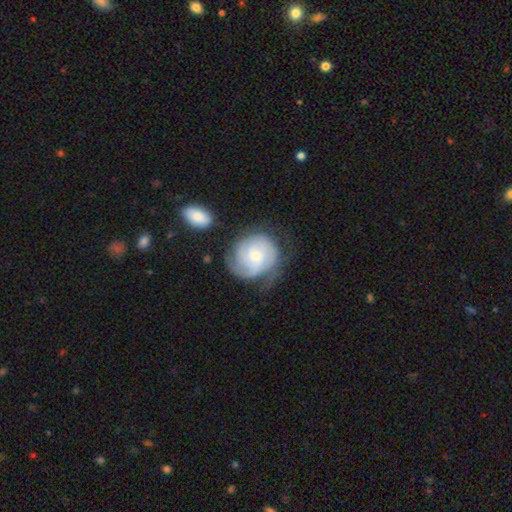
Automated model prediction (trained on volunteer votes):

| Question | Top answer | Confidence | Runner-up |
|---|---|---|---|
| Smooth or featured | featured or disk | 71% | smooth (23%) |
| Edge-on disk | no | 98% | yes (2%) |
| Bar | no | 73% | weak (24%) |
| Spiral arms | yes | 91% | no (9%) |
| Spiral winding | tight | 62% | medium (28%) |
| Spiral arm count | can't tell | 34% | 2 (24%) |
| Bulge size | small | 66% | moderate (29%) |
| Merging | none | 54% | minor disturbance (24%) |